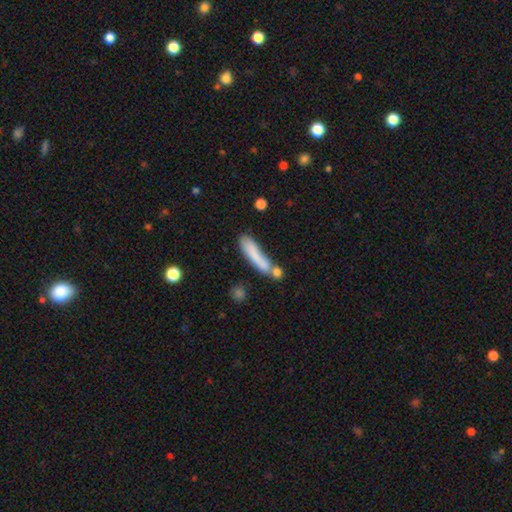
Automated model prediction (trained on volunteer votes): Q: Smooth or featured?
A: smooth (74%); runner-up: featured or disk (18%)
Q: How rounded?
A: cigar-shaped (84%); runner-up: in between (14%)
Q: Merging?
A: none (49%); runner-up: merger (22%)